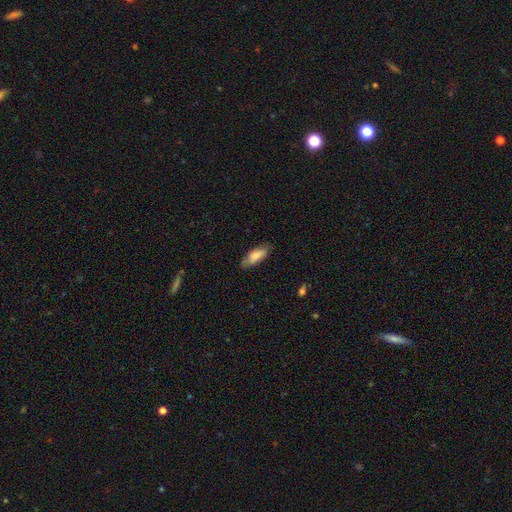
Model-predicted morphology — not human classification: This is likely a smooth galaxy (79%). How rounded: likely in between (69%). Merging: likely none (78%).